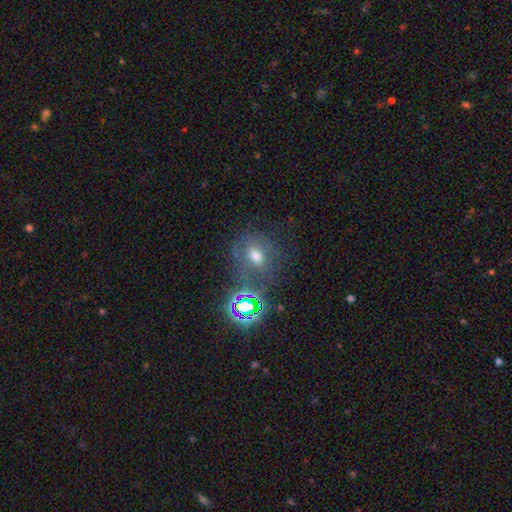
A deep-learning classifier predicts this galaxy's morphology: The model was most divided on "smooth or featured": star or artifact: 44%, smooth: 36%, featured or disk: 19%.